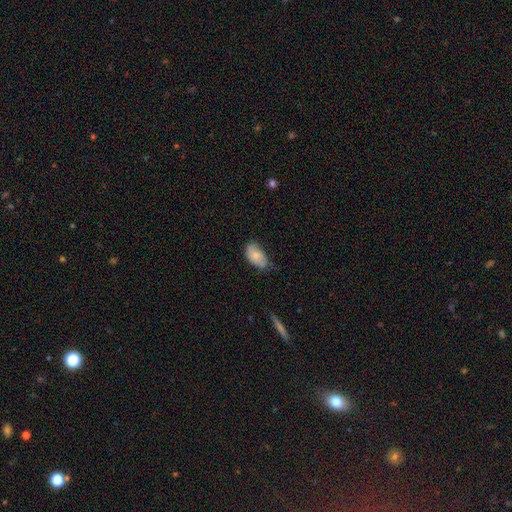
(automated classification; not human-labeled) smooth 76%, featured or disk 17%, star or artifact 7%. Down the decision tree: how rounded — in between (93%); merging — none (53%).